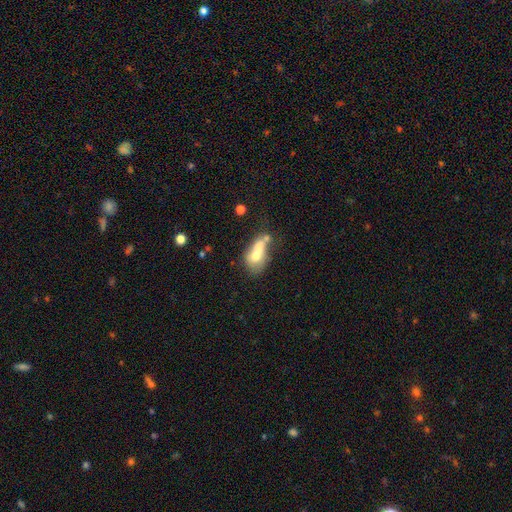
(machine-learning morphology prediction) Overall: smooth (59%; featured or disk 31%). How rounded: in between (75%). Merging: merger (53%; none 18%).